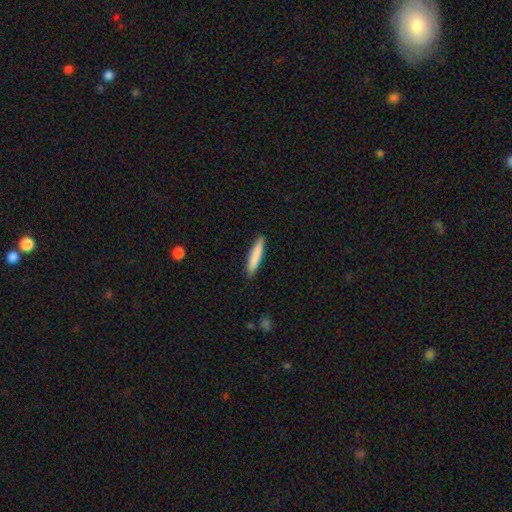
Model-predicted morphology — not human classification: The model was most divided on "smooth or featured": smooth: 82%, featured or disk: 12%, star or artifact: 6%. More confident: how rounded — cigar-shaped (89%); merging — none (89%).